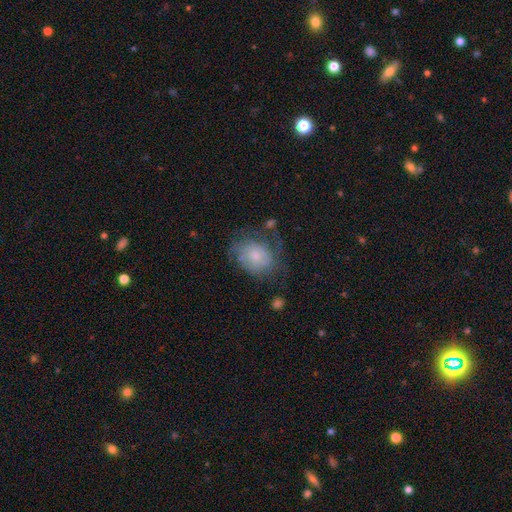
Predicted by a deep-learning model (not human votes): This is possibly a smooth galaxy (46%). Merging: marginally none (45%).